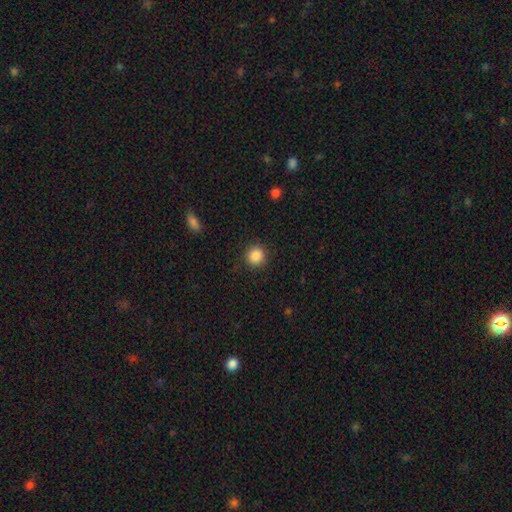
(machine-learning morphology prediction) This is clearly a smooth galaxy (87%). How rounded: clearly round (93%). Merging: clearly none (90%).